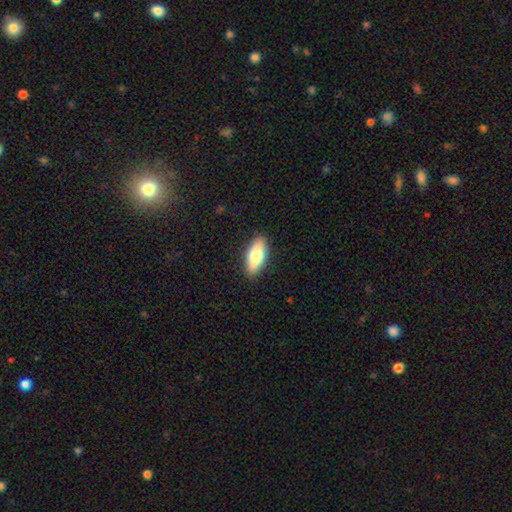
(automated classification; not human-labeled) Smooth or featured?
  - smooth: 76% *
  - featured or disk: 18%
  - star or artifact: 6%
How rounded?
  - in between: 79% *
  - cigar-shaped: 18%
  - round: 3%
Merging?
  - none: 89% *
  - minor disturbance: 8%
  - major disturbance: 2%
  - merger: 1%